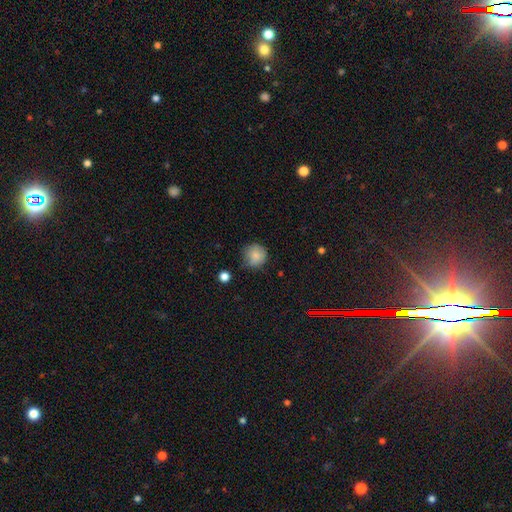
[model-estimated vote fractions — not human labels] smooth 83%, star or artifact 9%, featured or disk 7%. Down the decision tree: how rounded — round (91%); merging — none (69%).